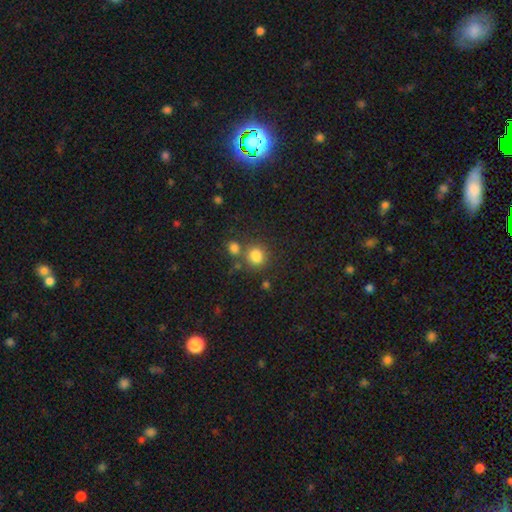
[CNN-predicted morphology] Overall: smooth (81%). How rounded: round (79%). Merging: none (63%).